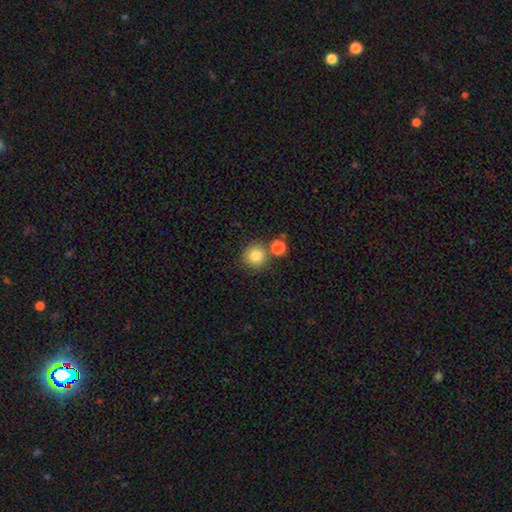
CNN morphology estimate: A smooth galaxy with no disk features (82%) that is round (92%). Merging: none (74%).